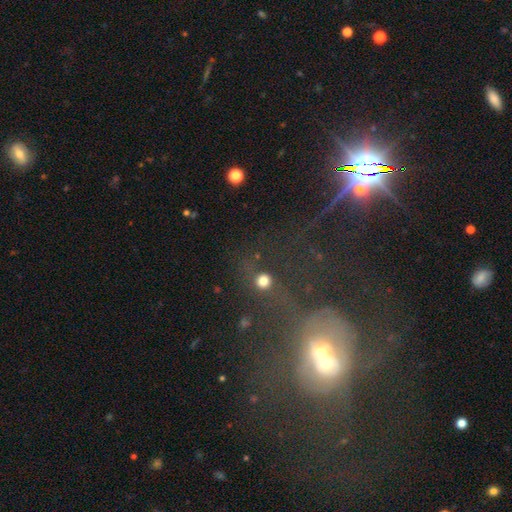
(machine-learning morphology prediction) Overall: star or artifact (39%; featured or disk 34%).